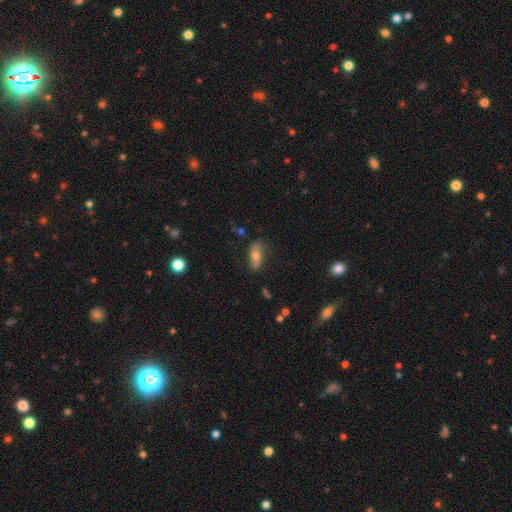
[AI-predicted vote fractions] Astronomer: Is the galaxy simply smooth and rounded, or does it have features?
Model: smooth — 58% (runner-up: featured or disk, 34%).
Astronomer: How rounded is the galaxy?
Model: in between — 76%.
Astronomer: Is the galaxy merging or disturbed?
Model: none — 75%.